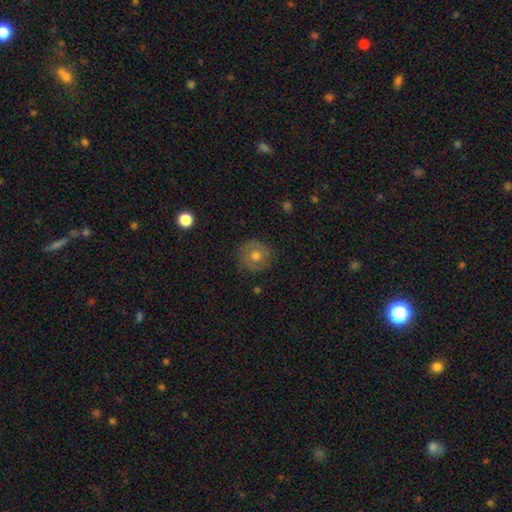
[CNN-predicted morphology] A smooth galaxy with no disk features (55%) that is round (90%).

Vote fractions:
- Smooth or featured? smooth: 55% / featured or disk: 35% / star or artifact: 11%
- How rounded? round: 90% / in between: 9% / cigar-shaped: 1%
- Merging? none: 86% / minor disturbance: 10% / major disturbance: 3% / merger: 1%